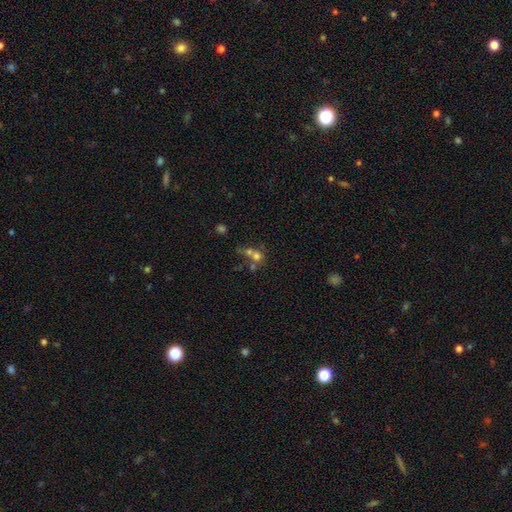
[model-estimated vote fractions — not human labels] This appears to be a smooth galaxy with no disk features (58%) that is round (77%). Merging: merger (54%).